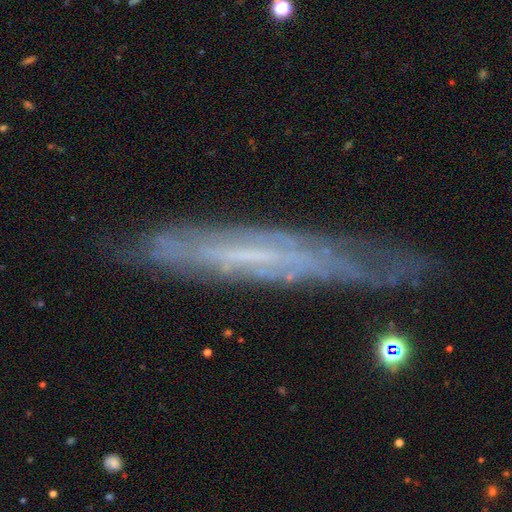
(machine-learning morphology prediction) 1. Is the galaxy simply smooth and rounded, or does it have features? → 70% featured or disk, 21% smooth, 9% star or artifact.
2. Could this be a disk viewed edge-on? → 65% yes, 35% no.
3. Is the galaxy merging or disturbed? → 71% none, 20% minor disturbance, 7% major disturbance, 2% merger.